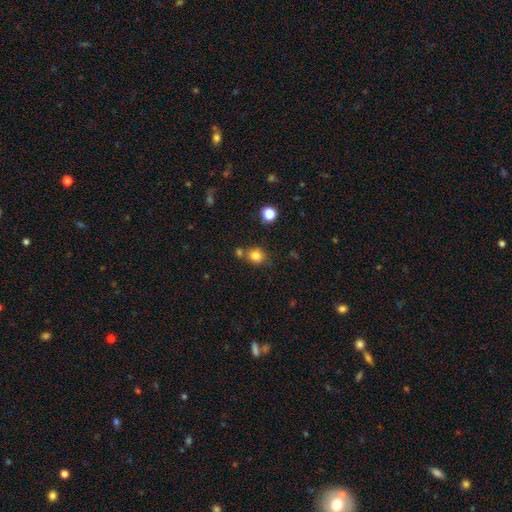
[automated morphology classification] smooth_or_featured: smooth (p=0.81) [alt: star or artifact p=0.13]
how_rounded: round (p=0.80) [alt: in between p=0.19]
merging: none (p=0.69) [alt: merger p=0.15]